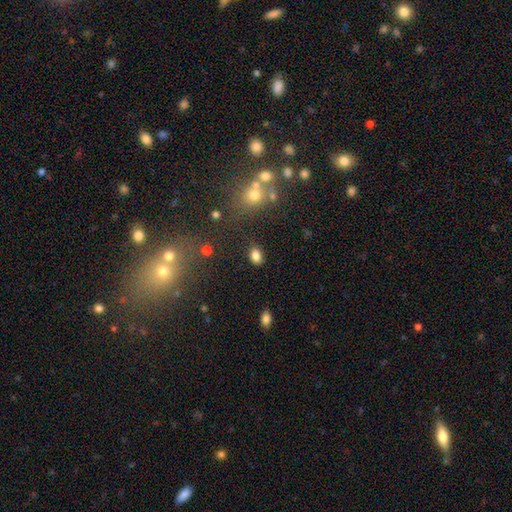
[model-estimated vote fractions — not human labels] This is clearly a smooth galaxy (83%). How rounded: likely in between (74%). Merging: clearly none (82%).